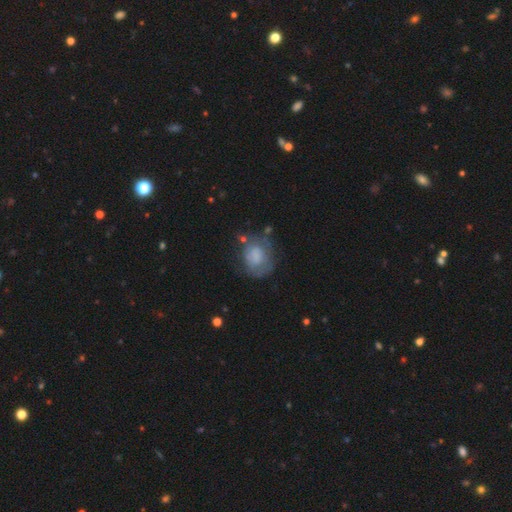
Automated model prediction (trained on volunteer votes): Smooth or featured? smooth (61%)
How rounded? round (56%)
Merging? none (51%)